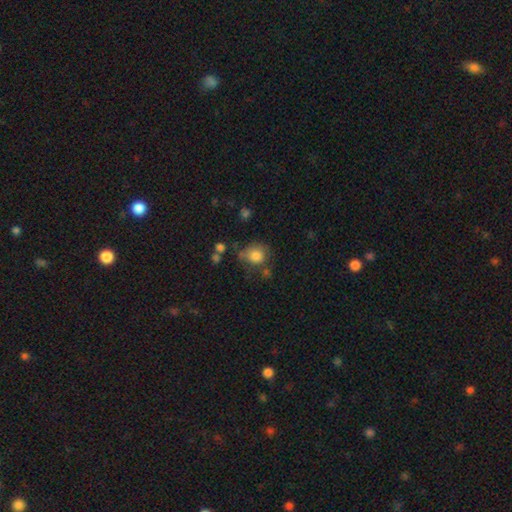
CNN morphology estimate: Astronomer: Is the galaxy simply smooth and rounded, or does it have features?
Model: smooth — 81%.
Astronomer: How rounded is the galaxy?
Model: round — 75%.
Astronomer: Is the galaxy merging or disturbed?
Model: none — 53%.